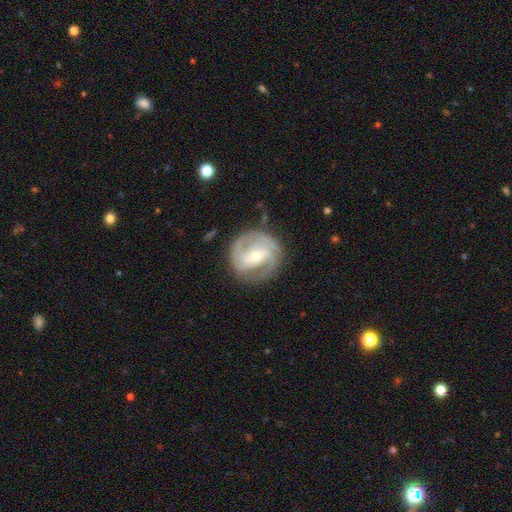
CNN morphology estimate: This is clearly a featured or disk galaxy (88%). It is clearly not viewed edge-on (98%). Bar: marginally weak (40%). Spiral arm pattern: clearly yes (96%). Spiral arm count: possibly 2 (48%). Spiral winding: possibly tight (51%). Central bulge: possibly small (51%). Merging: likely none (79%).